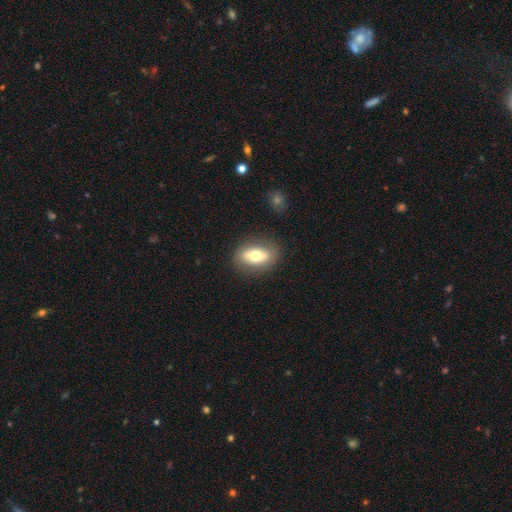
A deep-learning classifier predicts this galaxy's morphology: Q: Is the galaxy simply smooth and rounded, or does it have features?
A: smooth — 65%.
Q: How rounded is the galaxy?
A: in between — 85%.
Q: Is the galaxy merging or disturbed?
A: none — 84%.